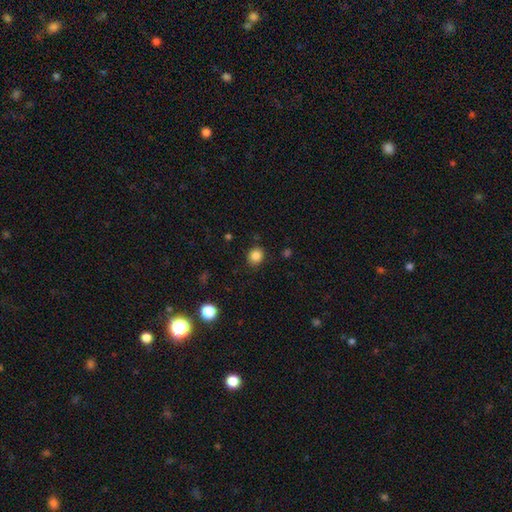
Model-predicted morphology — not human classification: A smooth galaxy with no disk features (85%) that is round (78%). Merging: none (88%).